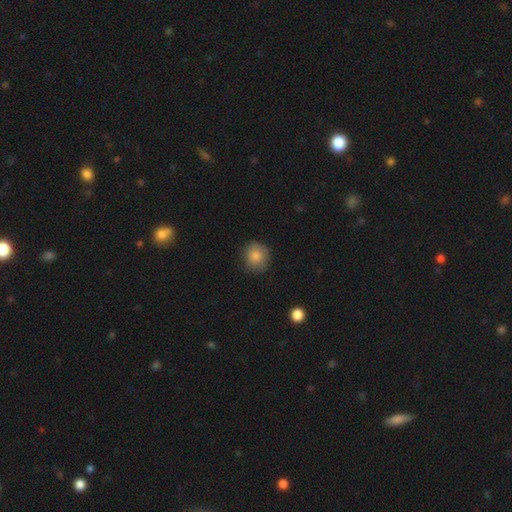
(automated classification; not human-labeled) Smooth or featured? smooth (84%)
How rounded? round (84%)
Merging? none (80%)